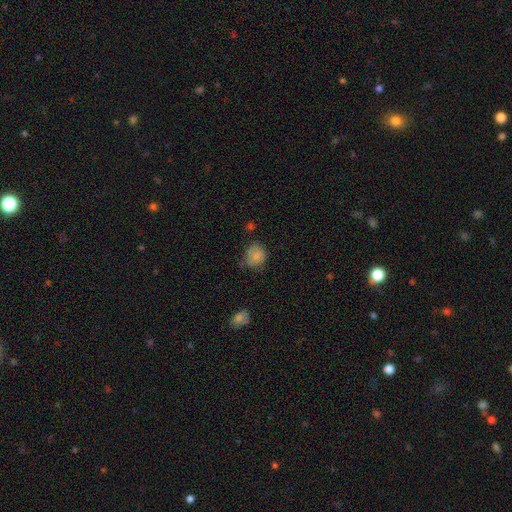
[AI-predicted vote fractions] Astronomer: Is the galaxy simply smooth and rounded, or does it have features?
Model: smooth — 78%.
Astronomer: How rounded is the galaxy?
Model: round — 61% (runner-up: in between, 38%).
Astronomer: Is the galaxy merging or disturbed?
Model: none — 51% (runner-up: minor disturbance, 32%).